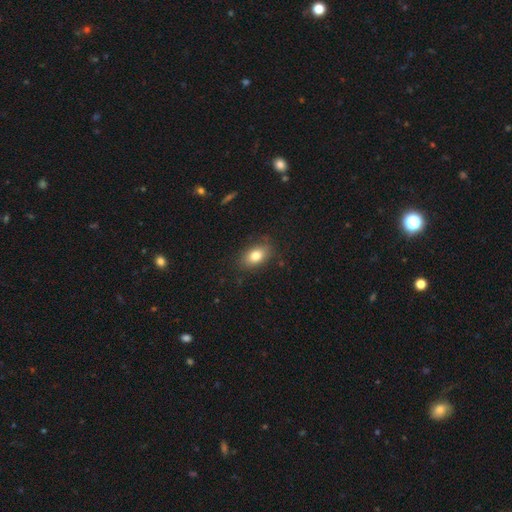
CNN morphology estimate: The model was most divided on "smooth or featured": smooth: 79%, featured or disk: 12%, star or artifact: 9%. More confident: how rounded — in between (86%); merging — none (83%).